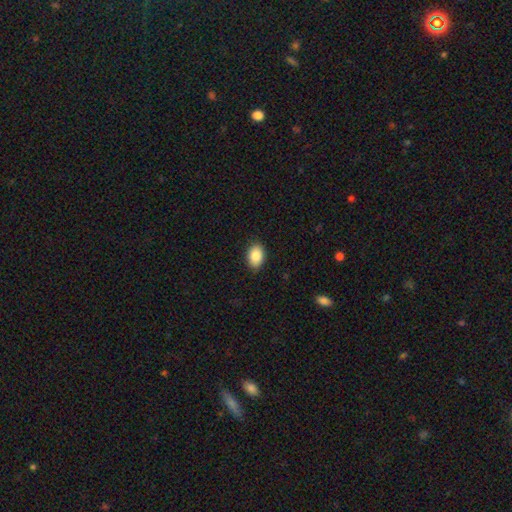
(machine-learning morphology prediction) smooth_or_featured: smooth (p=0.88) [alt: star or artifact p=0.07]
how_rounded: in between (p=0.85) [alt: round p=0.14]
merging: none (p=0.88) [alt: minor disturbance p=0.09]